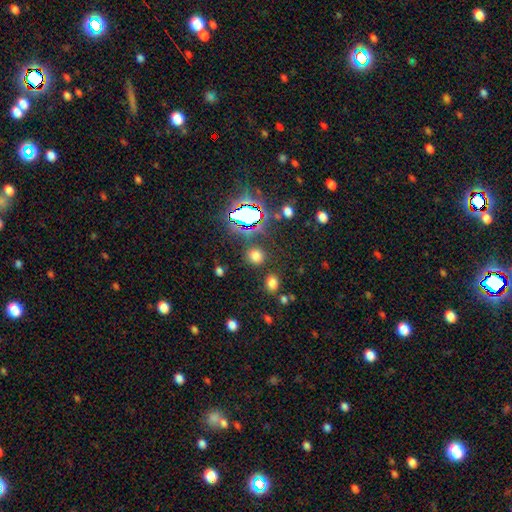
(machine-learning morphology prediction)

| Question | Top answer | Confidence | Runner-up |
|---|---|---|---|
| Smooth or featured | smooth | 68% | star or artifact (26%) |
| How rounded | round | 74% | in between (25%) |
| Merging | none | 82% | minor disturbance (9%) |